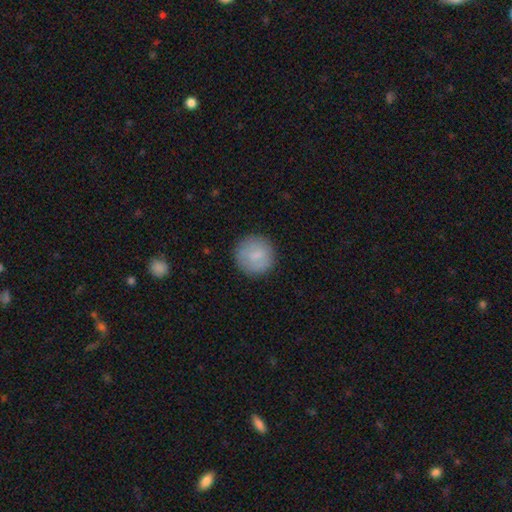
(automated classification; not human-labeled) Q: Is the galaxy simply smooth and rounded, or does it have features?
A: smooth — 79%.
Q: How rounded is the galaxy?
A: round — 94%.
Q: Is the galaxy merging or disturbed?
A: none — 85%.